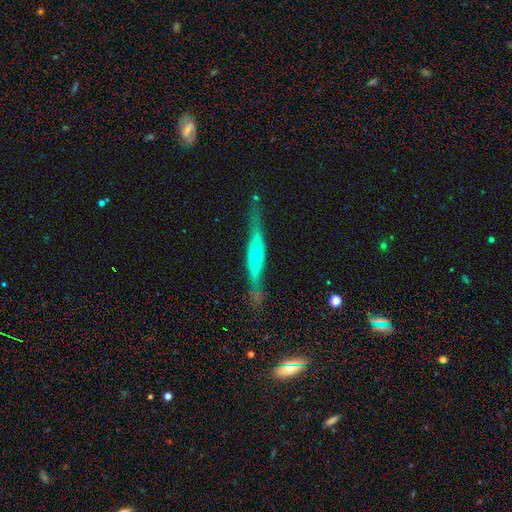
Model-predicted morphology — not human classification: Smooth or featured? featured or disk (67%)
Edge-on disk? yes (86%)
Edge-on bulge? rounded (81%)
Merging? none (73%)